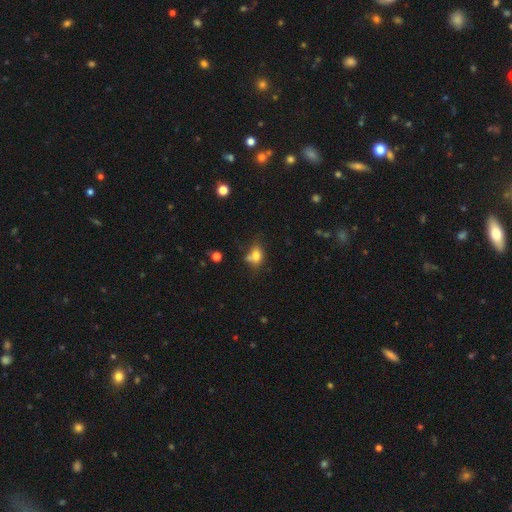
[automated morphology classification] smooth 75%, featured or disk 13%, star or artifact 12%. Down the decision tree: how rounded — in between (63%); merging — none (44%).